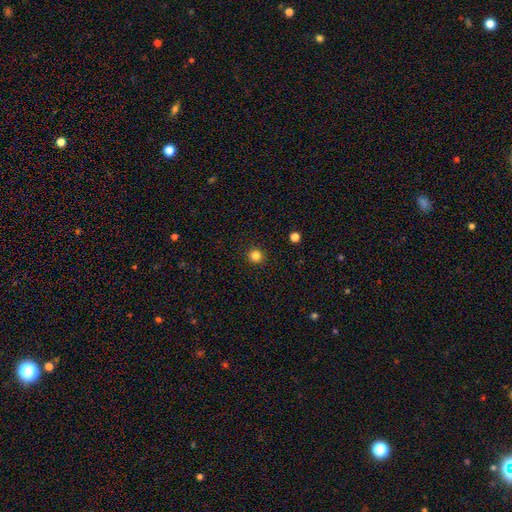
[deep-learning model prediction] smooth-or-featured: smooth: 83% | star or artifact: 13% | featured or disk: 4%
  how-rounded: round: 95% | in between: 4% | cigar-shaped: 1%
  merging: none: 93% | minor disturbance: 4% | major disturbance: 2% | merger: 1%